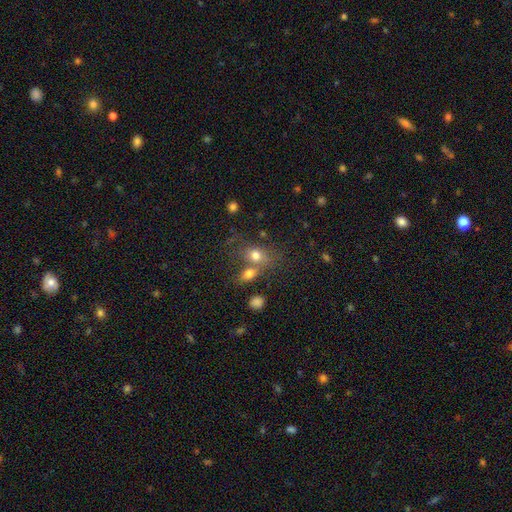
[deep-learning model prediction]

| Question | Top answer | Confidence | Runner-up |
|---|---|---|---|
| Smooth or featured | smooth | 75% | featured or disk (13%) |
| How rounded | in between | 60% | round (38%) |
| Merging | none | 42% | merger (39%) |